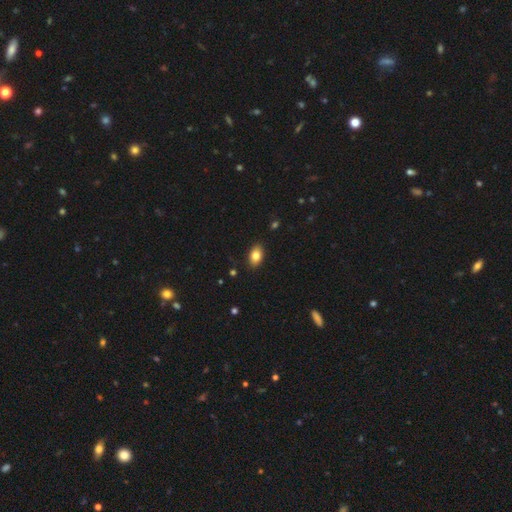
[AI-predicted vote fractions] This is clearly a smooth galaxy (83%). How rounded: clearly in between (88%). Merging: clearly none (88%).